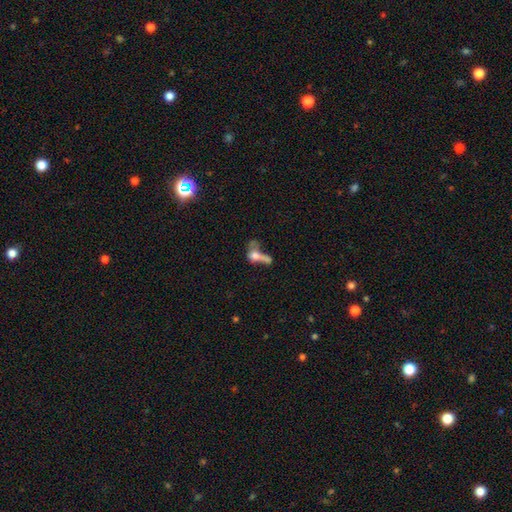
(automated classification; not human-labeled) Q: Smooth or featured?
A: smooth (53%); runner-up: featured or disk (32%)
Q: How rounded?
A: in between (59%); runner-up: round (30%)
Q: Merging?
A: merger (44%); runner-up: major disturbance (30%)